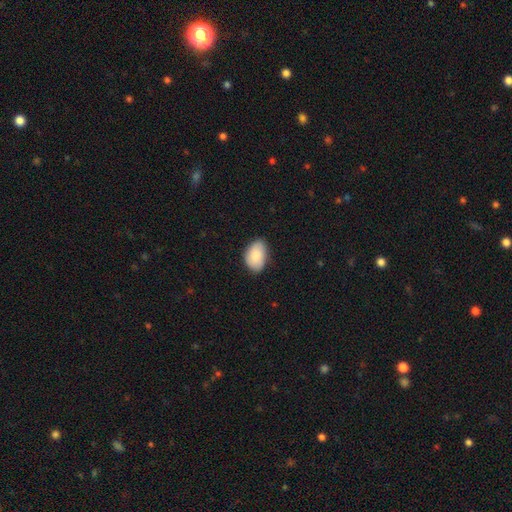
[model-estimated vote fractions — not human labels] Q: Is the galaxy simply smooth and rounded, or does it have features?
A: smooth — 85%.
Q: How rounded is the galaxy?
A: in between — 90%.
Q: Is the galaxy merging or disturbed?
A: none — 74%.